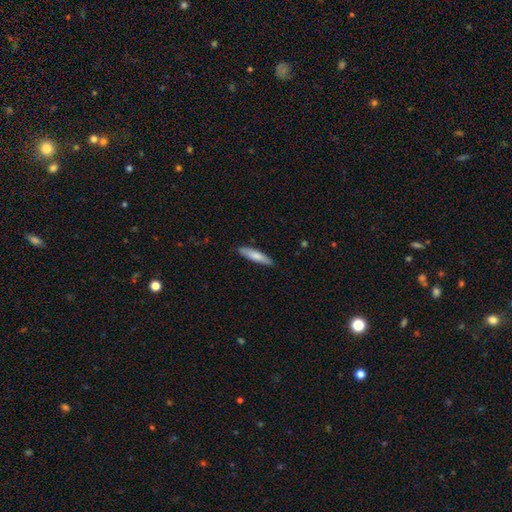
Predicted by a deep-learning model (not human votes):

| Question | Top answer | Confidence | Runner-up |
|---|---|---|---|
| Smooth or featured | smooth | 77% | featured or disk (17%) |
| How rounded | cigar-shaped | 81% | in between (17%) |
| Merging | none | 85% | minor disturbance (12%) |